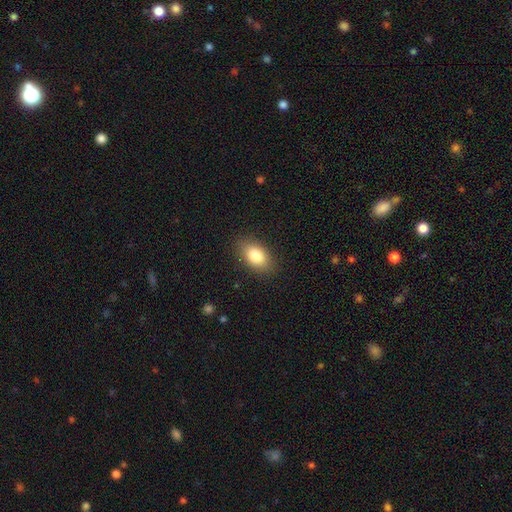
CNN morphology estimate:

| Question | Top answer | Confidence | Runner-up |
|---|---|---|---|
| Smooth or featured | smooth | 83% | featured or disk (9%) |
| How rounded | in between | 90% | round (8%) |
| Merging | none | 86% | minor disturbance (10%) |